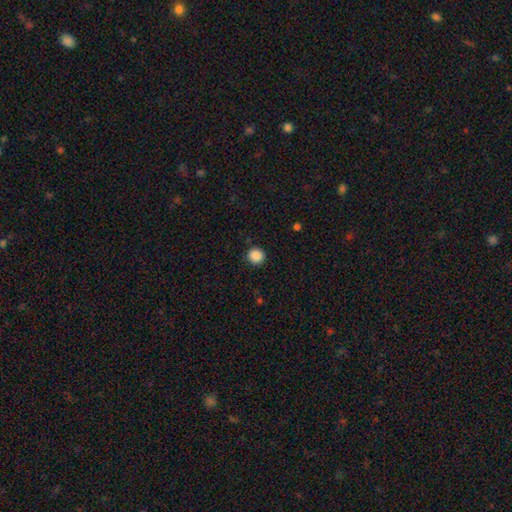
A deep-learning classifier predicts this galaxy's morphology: This is clearly a smooth galaxy (88%). How rounded: clearly round (93%). Merging: clearly none (92%).